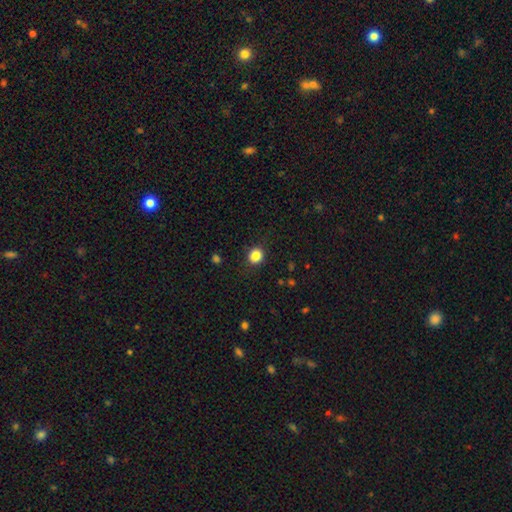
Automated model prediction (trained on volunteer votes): smooth_or_featured: smooth (p=0.85) [alt: star or artifact p=0.11]
how_rounded: round (p=0.78) [alt: in between p=0.21]
merging: none (p=0.87) [alt: minor disturbance p=0.09]